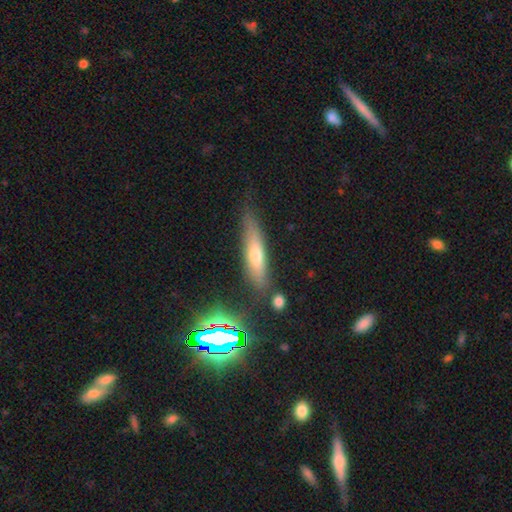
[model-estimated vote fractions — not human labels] Smooth or featured: smooth — 47% (featured or disk — 36%)
Merging: none — 72% (minor disturbance — 19%)